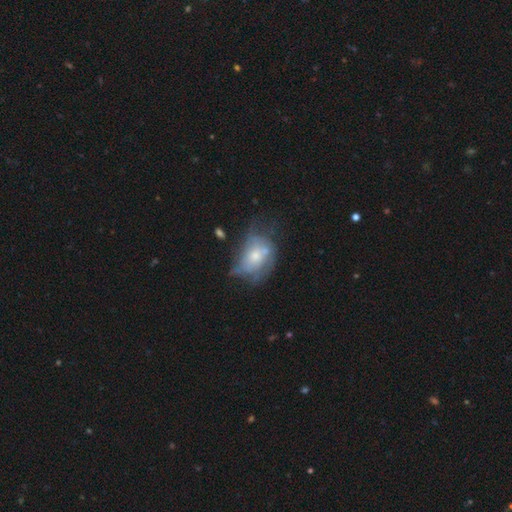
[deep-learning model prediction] Smooth or featured? Predicted: featured or disk (p=0.52). Edge-on disk? Predicted: no (p=0.96). Merging? Predicted: none (p=0.32).